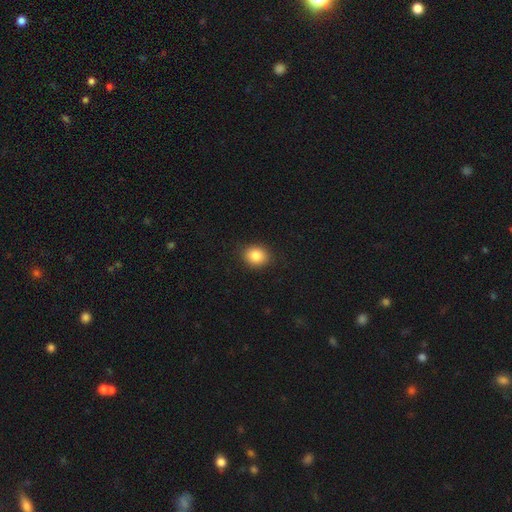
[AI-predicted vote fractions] smooth_or_featured: smooth (p=0.86) [alt: star or artifact p=0.09]
how_rounded: round (p=0.61) [alt: in between p=0.38]
merging: none (p=0.89) [alt: minor disturbance p=0.08]